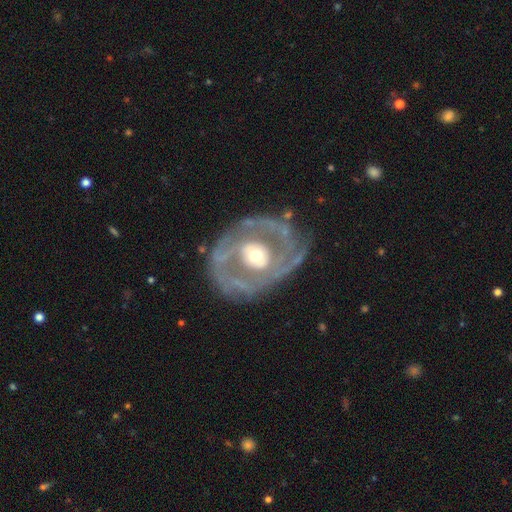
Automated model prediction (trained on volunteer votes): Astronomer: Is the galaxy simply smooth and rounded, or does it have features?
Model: featured or disk — 80%.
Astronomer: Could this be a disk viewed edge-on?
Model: no — 96%.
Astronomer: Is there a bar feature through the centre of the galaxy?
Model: no — 59%.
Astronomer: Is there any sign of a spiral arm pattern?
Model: yes — 63%.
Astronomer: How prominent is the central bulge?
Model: moderate — 66%.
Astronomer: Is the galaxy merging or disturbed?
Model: none — 63%.